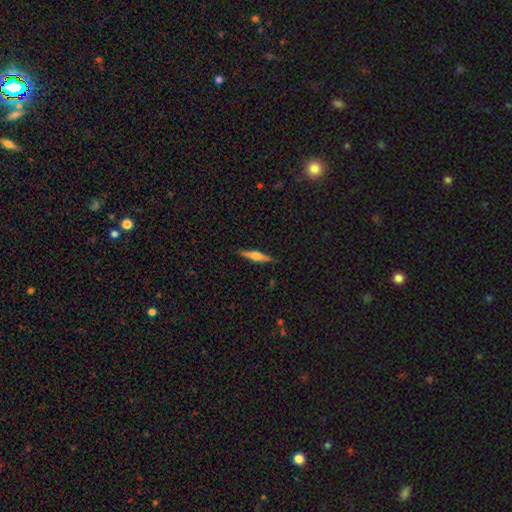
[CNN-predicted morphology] Overall: featured or disk (50%; smooth 43%). Edge-on disk: yes (96%). Merging: none (88%).